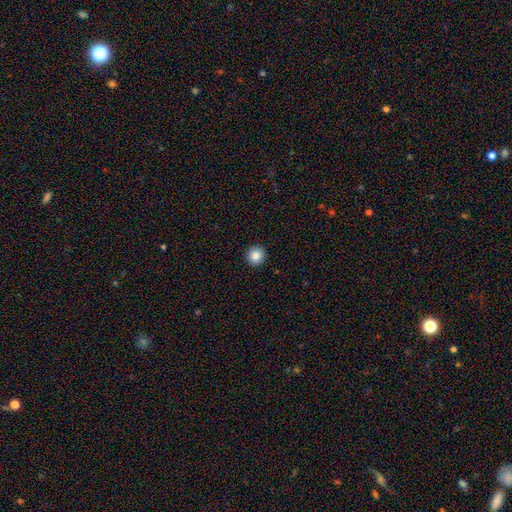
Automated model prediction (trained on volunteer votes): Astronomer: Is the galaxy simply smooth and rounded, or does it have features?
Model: smooth — 86%.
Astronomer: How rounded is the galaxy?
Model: round — 95%.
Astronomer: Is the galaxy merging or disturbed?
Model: none — 93%.